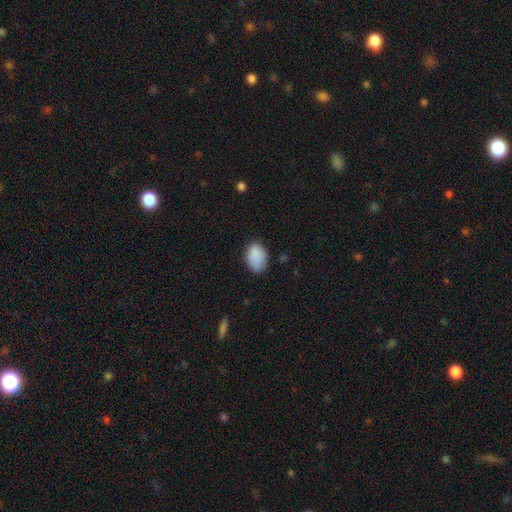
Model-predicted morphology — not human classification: The model was most divided on "merging": none: 70%, minor disturbance: 23%, major disturbance: 5%, merger: 2%. More confident: smooth or featured — smooth (87%); how rounded — in between (83%).